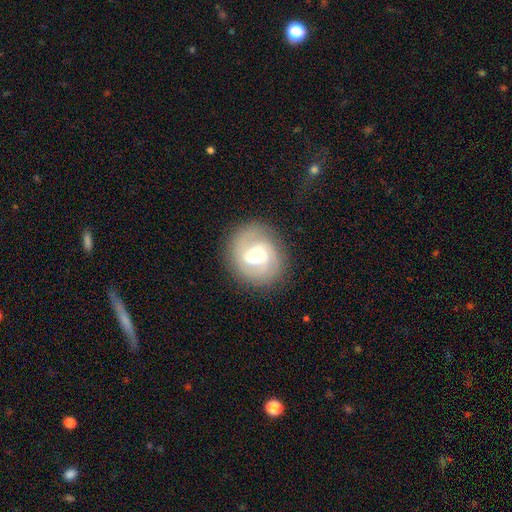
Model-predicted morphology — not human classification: Q: Smooth or featured?
A: featured or disk (75%); runner-up: smooth (18%)
Q: Edge-on disk?
A: no (97%); runner-up: yes (3%)
Q: Bar?
A: weak (49%); runner-up: no (37%)
Q: Spiral arms?
A: yes (91%); runner-up: no (9%)
Q: Spiral winding?
A: tight (47%); runner-up: medium (40%)
Q: Spiral arm count?
A: 2 (59%); runner-up: can't tell (17%)
Q: Bulge size?
A: moderate (58%); runner-up: small (33%)
Q: Merging?
A: none (82%); runner-up: minor disturbance (11%)